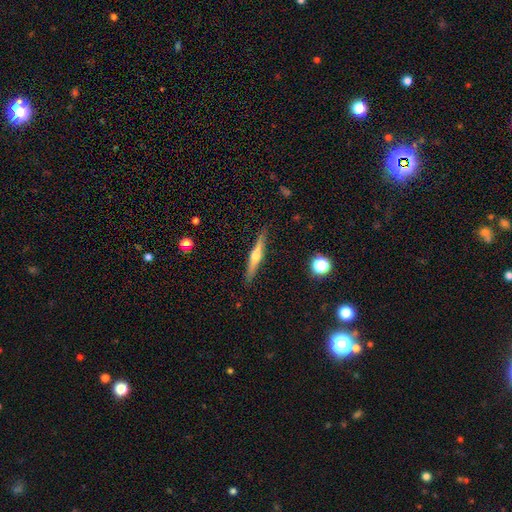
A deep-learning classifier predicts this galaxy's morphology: Smooth or featured: featured or disk — 61% (smooth — 33%)
Edge-on disk: yes — 97% (no — 3%)
Edge-on bulge: rounded — 89% (none — 7%)
Merging: none — 90% (minor disturbance — 7%)